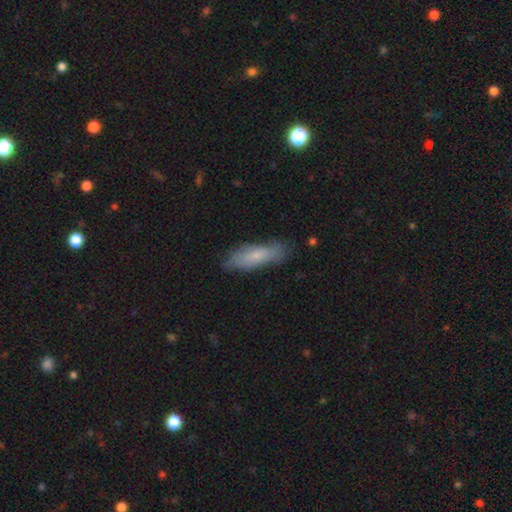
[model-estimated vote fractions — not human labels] smooth_or_featured: smooth (p=0.71) [alt: featured or disk p=0.23]
how_rounded: cigar-shaped (p=0.52) [alt: in between p=0.47]
merging: none (p=0.74) [alt: minor disturbance p=0.20]